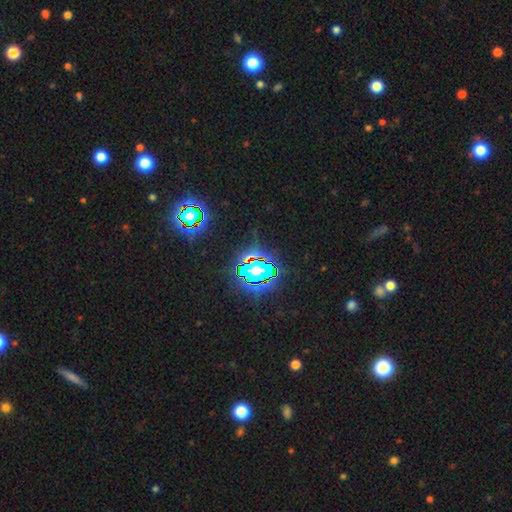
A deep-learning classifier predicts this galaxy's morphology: smooth-or-featured: star or artifact: 78% | smooth: 13% | featured or disk: 9%